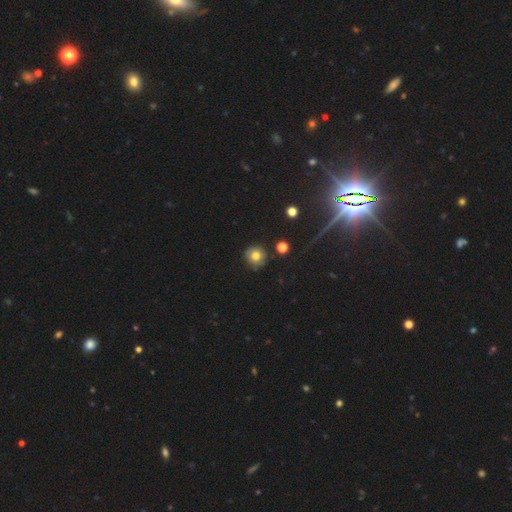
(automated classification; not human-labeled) Smooth or featured? smooth (73%)
How rounded? round (92%)
Merging? none (81%)